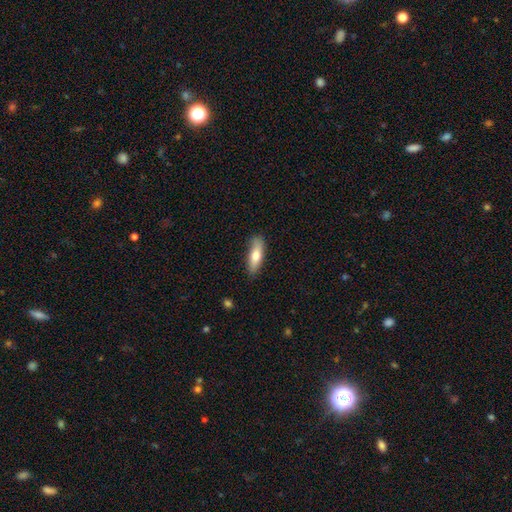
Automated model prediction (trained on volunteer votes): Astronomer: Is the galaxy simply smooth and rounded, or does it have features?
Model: smooth — 73%.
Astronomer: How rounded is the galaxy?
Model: cigar-shaped — 49% (runner-up: in between, 48%).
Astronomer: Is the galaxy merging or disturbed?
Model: none — 81%.